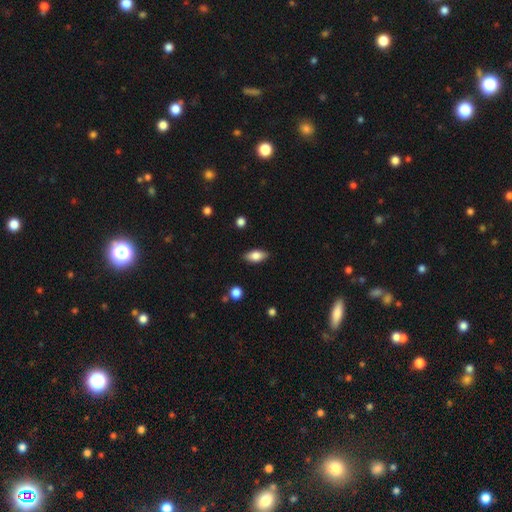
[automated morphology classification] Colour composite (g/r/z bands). It shows a smooth galaxy with no disk features (76%) that is in between round and cigar-shaped (86%). Merging: none (86%).